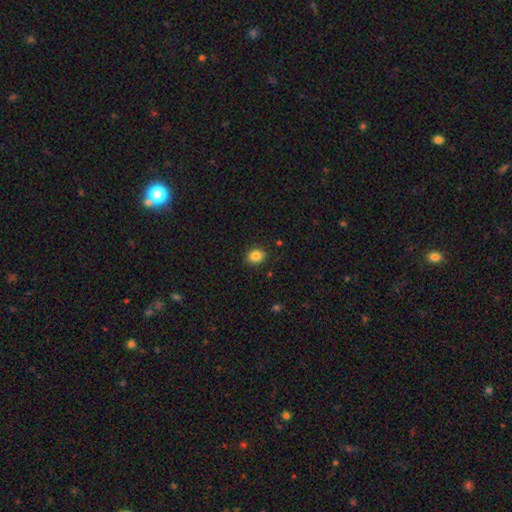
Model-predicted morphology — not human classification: This is clearly a smooth galaxy (85%). How rounded: possibly round (50%). Merging: clearly none (88%).